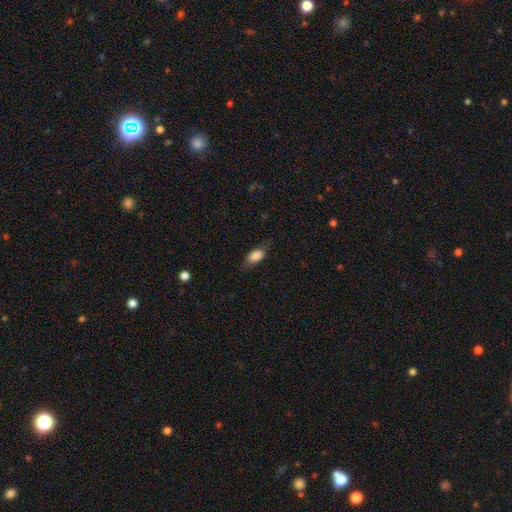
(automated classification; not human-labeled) A smooth galaxy with no disk features (83%) that is in between round and cigar-shaped (86%). Merging: none (74%).